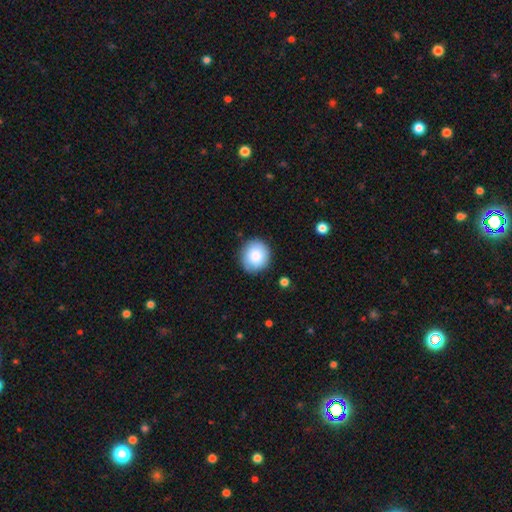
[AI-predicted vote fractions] Smooth or featured? Predicted: smooth (p=0.85). How rounded? Predicted: round (p=0.86). Merging? Predicted: none (p=0.86).